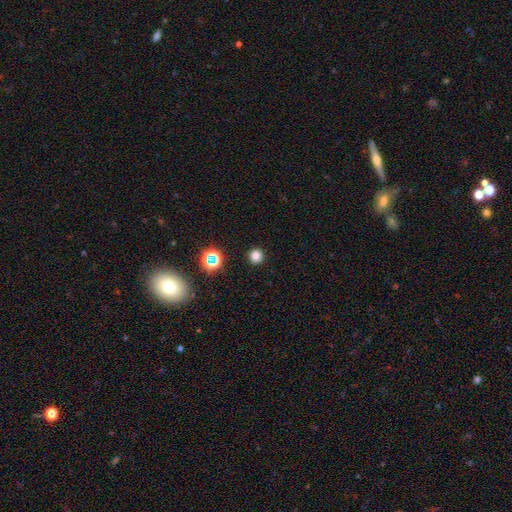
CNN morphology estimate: Overall: smooth (76%). How rounded: round (94%). Merging: none (92%).